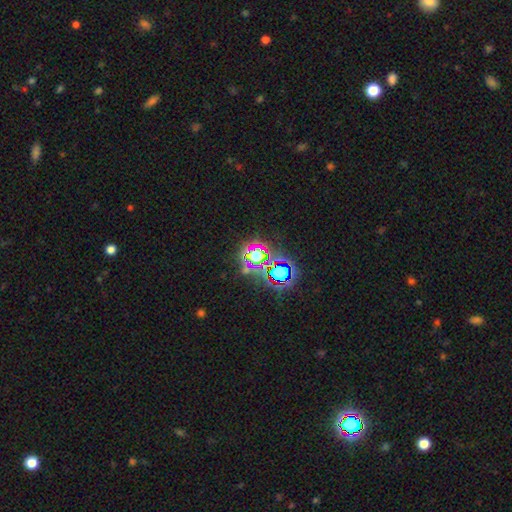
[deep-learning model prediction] Smooth or featured: star or artifact — 69% (smooth — 18%)